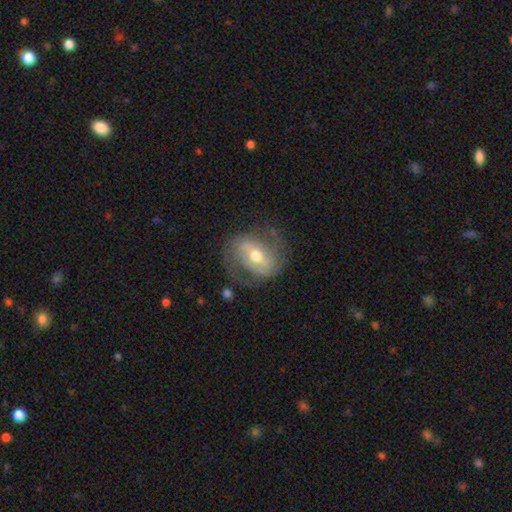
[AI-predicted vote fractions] Smooth or featured?
  - featured or disk: 75% *
  - smooth: 18%
  - star or artifact: 7%
Edge-on disk?
  - no: 96% *
  - yes: 4%
Bar?
  - weak: 43% *
  - strong: 29%
  - no: 28%
Spiral arms?
  - yes: 84% *
  - no: 16%
Spiral winding?
  - medium: 44% *
  - tight: 31%
  - loose: 25%
Spiral arm count?
  - 2: 77% *
  - can't tell: 13%
  - 1: 5%
  - 3: 3%
  - 4: 1%
  - more than 4: 1%
Bulge size?
  - moderate: 73% *
  - small: 20%
  - large: 6%
  - none: 1%
  - dominant: 1%
Merging?
  - none: 64% *
  - minor disturbance: 21%
  - major disturbance: 13%
  - merger: 2%